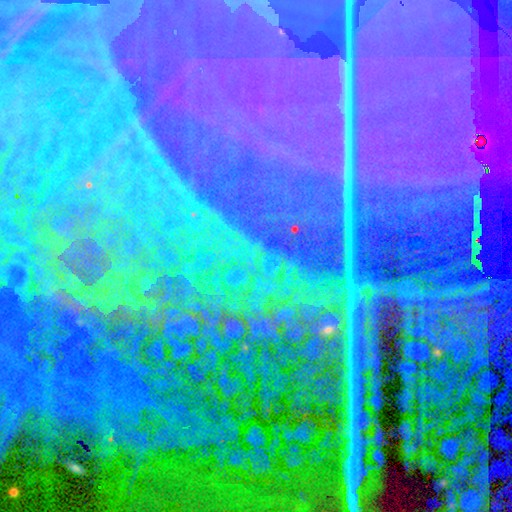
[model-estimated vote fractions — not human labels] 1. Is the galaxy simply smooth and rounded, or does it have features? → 83% star or artifact, 9% featured or disk, 8% smooth.